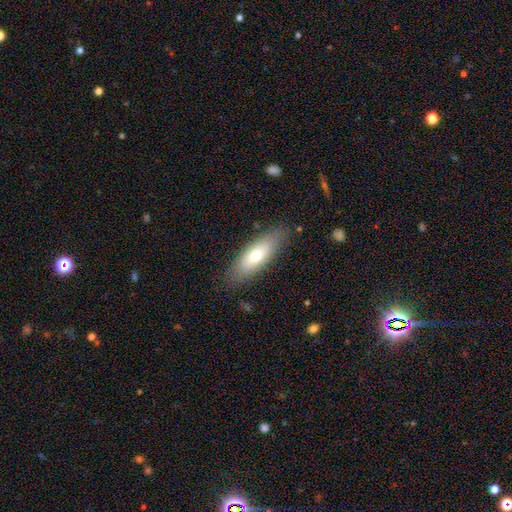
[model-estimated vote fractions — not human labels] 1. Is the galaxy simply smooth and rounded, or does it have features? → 65% smooth, 28% featured or disk, 7% star or artifact.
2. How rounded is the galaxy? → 61% in between, 37% cigar-shaped, 2% round.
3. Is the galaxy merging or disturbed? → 84% none, 12% minor disturbance, 3% major disturbance, 1% merger.